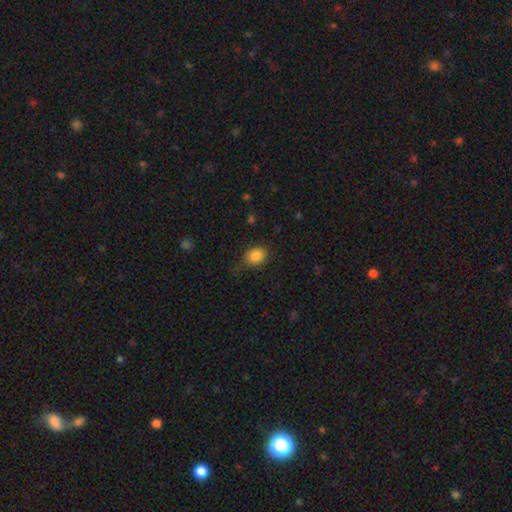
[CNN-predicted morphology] Smooth or featured: smooth — 85% (star or artifact — 10%)
How rounded: in between — 51% (round — 47%)
Merging: none — 64% (minor disturbance — 26%)